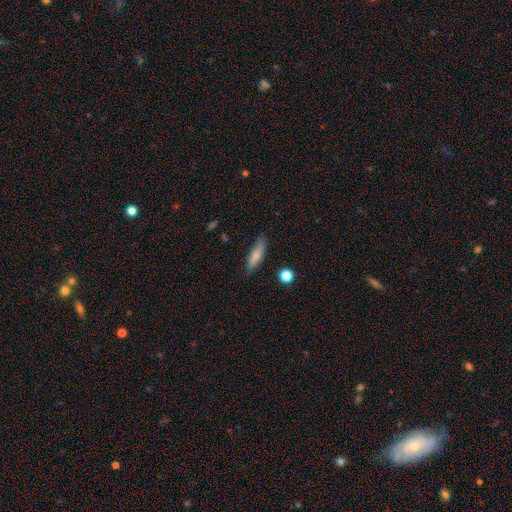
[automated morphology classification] Smooth or featured: smooth — 80% (featured or disk — 13%)
How rounded: cigar-shaped — 66% (in between — 32%)
Merging: none — 78% (minor disturbance — 17%)